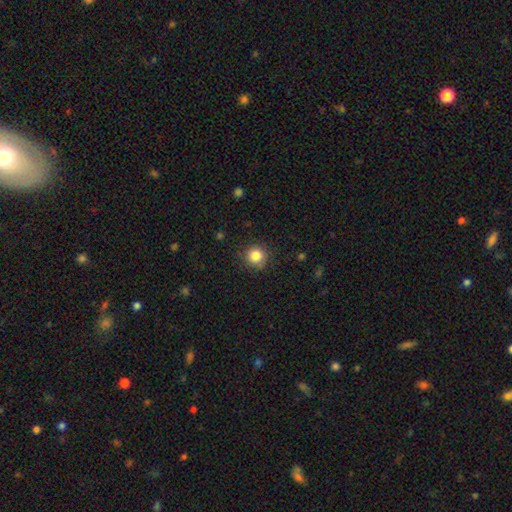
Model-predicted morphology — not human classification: smooth-or-featured: smooth: 84% | star or artifact: 11% | featured or disk: 5%
  how-rounded: round: 94% | in between: 5% | cigar-shaped: 1%
  merging: none: 87% | minor disturbance: 9% | major disturbance: 3% | merger: 1%